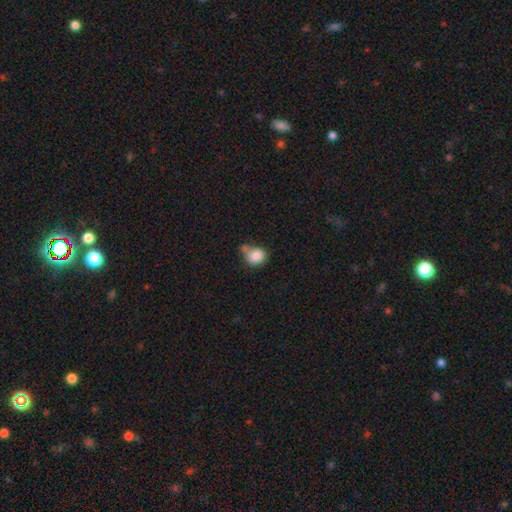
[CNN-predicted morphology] Smooth or featured: smooth — 84% (star or artifact — 9%)
How rounded: round — 66% (in between — 33%)
Merging: none — 46% (minor disturbance — 26%)